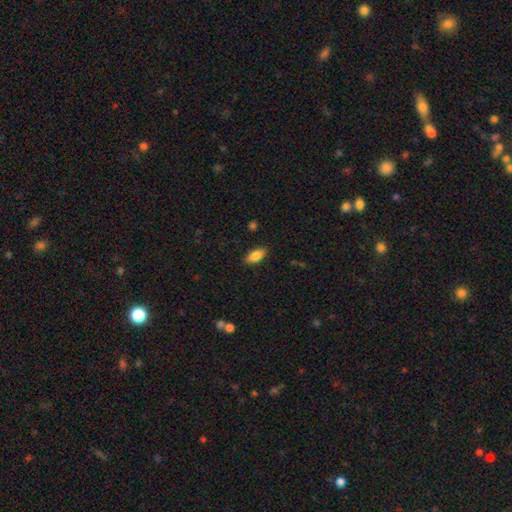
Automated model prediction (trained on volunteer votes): Smooth or featured? smooth (84%)
How rounded? in between (87%)
Merging? none (87%)